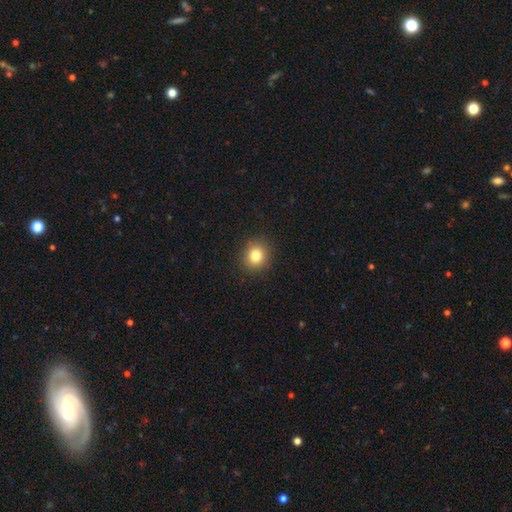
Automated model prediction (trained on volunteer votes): This appears to be a smooth galaxy with no disk features (81%) that is round (83%). Merging: none (90%).